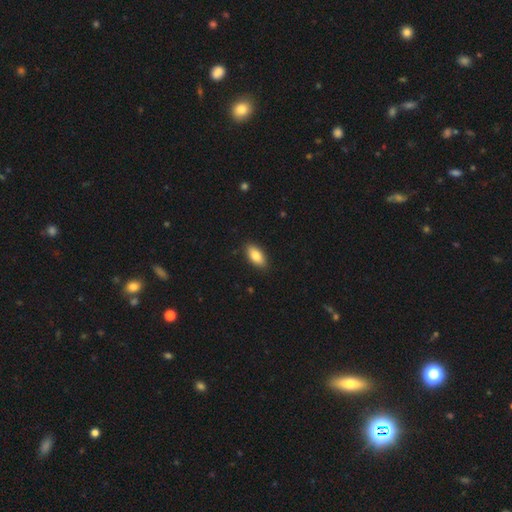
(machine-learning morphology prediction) Smooth or featured: smooth — 82% (featured or disk — 12%)
How rounded: in between — 90% (cigar-shaped — 7%)
Merging: none — 88% (minor disturbance — 9%)